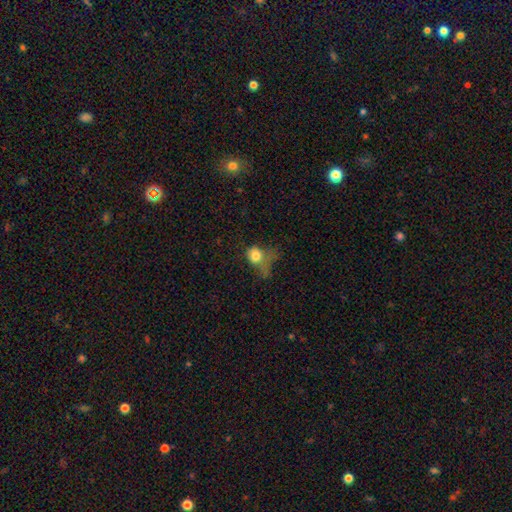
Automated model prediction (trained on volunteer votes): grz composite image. It shows a smooth galaxy with no disk features (74%) that is round (59%). Merging: major disturbance (50%).